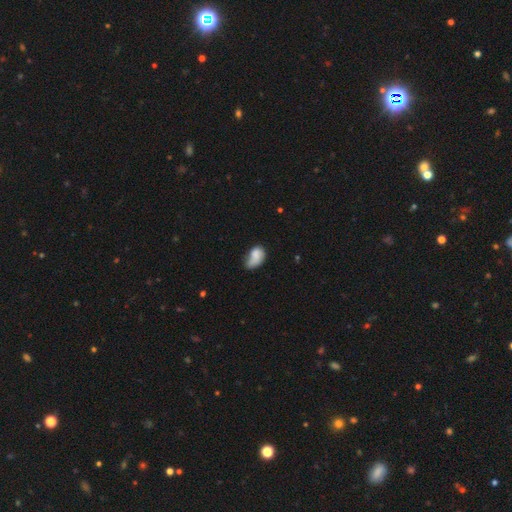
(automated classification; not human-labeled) Overall: smooth (70%). How rounded: in between (87%). Merging: minor disturbance (37%; none 29%).